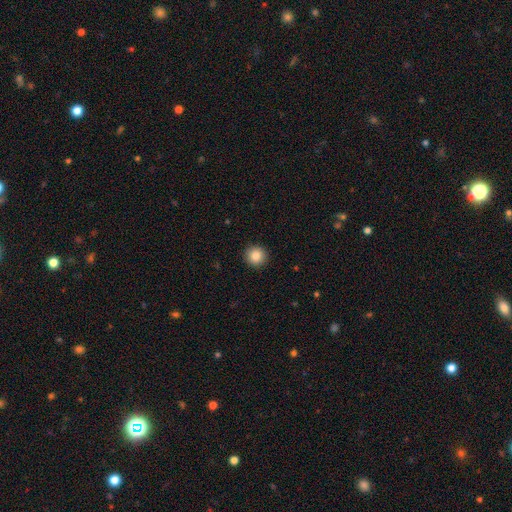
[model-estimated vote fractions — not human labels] Smooth or featured? smooth (86%)
How rounded? round (95%)
Merging? none (93%)